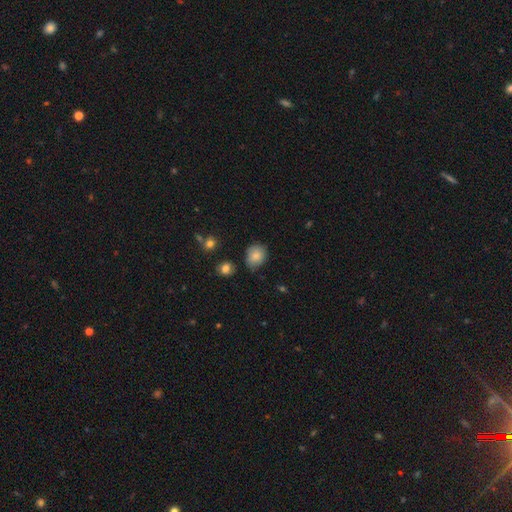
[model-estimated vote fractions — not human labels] This appears to be a smooth galaxy with no disk features (82%) that is round (64%). Merging: none (69%).